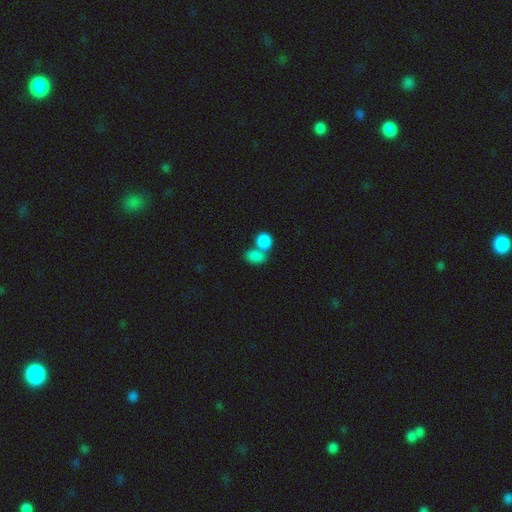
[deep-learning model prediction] A smooth galaxy with no disk features (85%) that is in between round and cigar-shaped (71%). Merging: merger (53%).